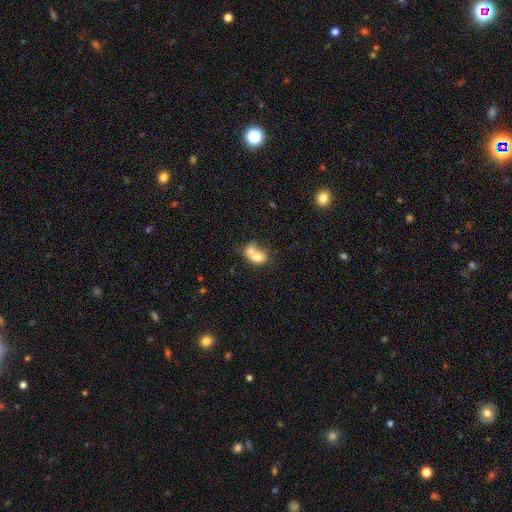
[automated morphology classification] The model was most divided on "merging": merger: 65%, none: 18%, minor disturbance: 10%, major disturbance: 8%. More confident: how rounded — in between (78%); smooth or featured — smooth (71%).